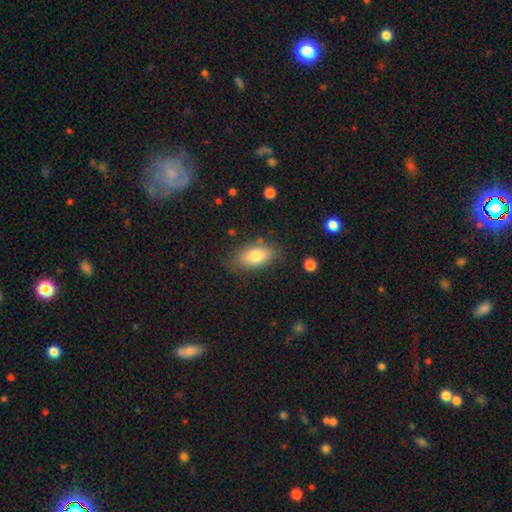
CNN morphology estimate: A smooth galaxy with no disk features (79%) that is in between round and cigar-shaped (90%).

Vote fractions:
- Smooth or featured? smooth: 79% / featured or disk: 13% / star or artifact: 8%
- How rounded? in between: 90% / round: 6% / cigar-shaped: 4%
- Merging? none: 77% / minor disturbance: 16% / major disturbance: 5% / merger: 2%